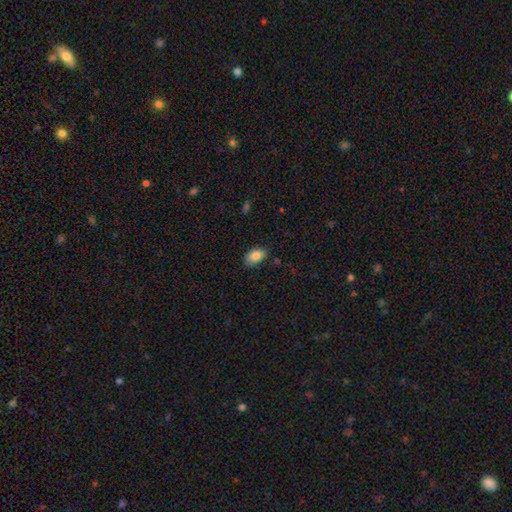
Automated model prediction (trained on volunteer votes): This is clearly a smooth galaxy (85%). How rounded: clearly in between (91%). Merging: likely none (73%).